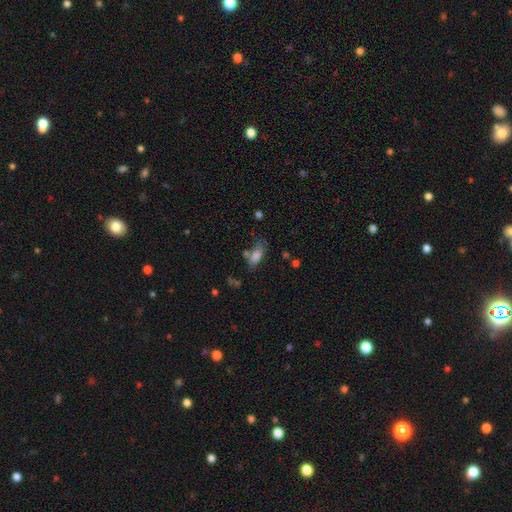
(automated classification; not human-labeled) Q: Smooth or featured?
A: smooth (77%); runner-up: featured or disk (14%)
Q: How rounded?
A: in between (78%); runner-up: cigar-shaped (19%)
Q: Merging?
A: none (54%); runner-up: minor disturbance (22%)